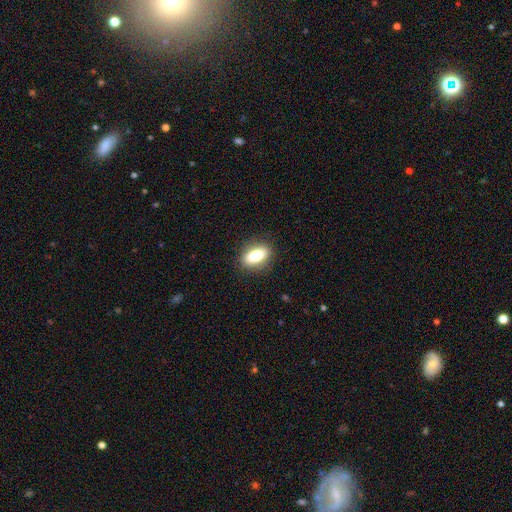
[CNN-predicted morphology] A smooth galaxy with no disk features (81%) that is in between round and cigar-shaped (84%). Merging: none (87%).